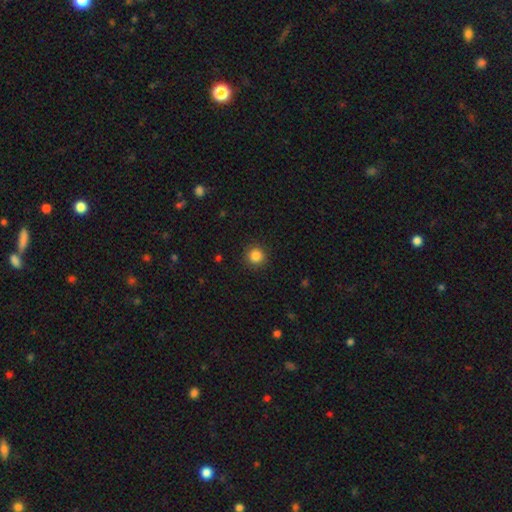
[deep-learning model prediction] Q: Smooth or featured?
A: smooth (85%); runner-up: star or artifact (11%)
Q: How rounded?
A: round (95%); runner-up: in between (4%)
Q: Merging?
A: none (91%); runner-up: minor disturbance (6%)